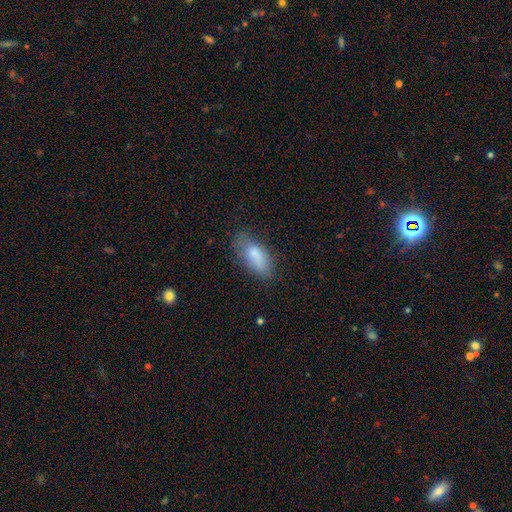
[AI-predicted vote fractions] Morphology: type=smooth (80%); roundness=in between (85%); merging=none (63%).